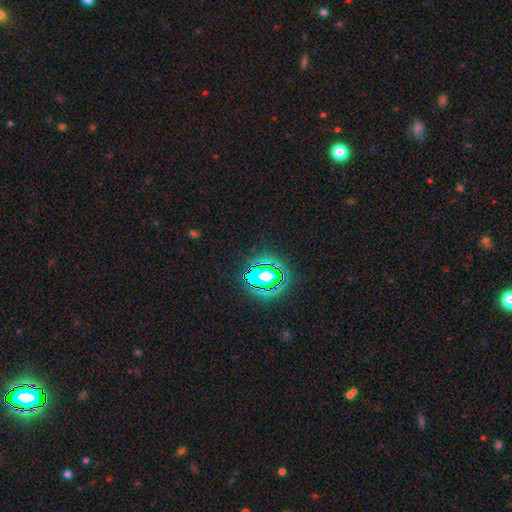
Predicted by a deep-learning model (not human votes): This appears to be a star or artifact, not a galaxy (82%).